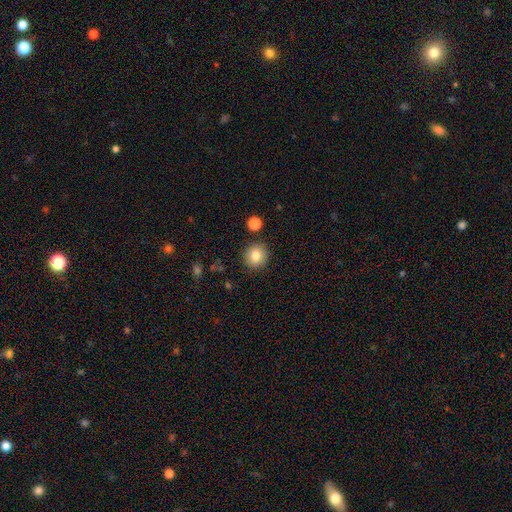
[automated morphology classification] Smooth or featured? smooth (84%)
How rounded? round (89%)
Merging? none (89%)